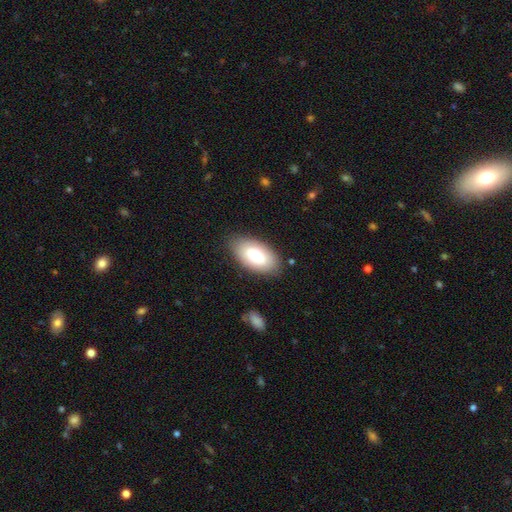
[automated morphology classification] Smooth or featured?
  - smooth: 73% *
  - featured or disk: 20%
  - star or artifact: 6%
How rounded?
  - in between: 95% *
  - round: 3%
  - cigar-shaped: 3%
Merging?
  - none: 84% *
  - minor disturbance: 12%
  - major disturbance: 3%
  - merger: 1%